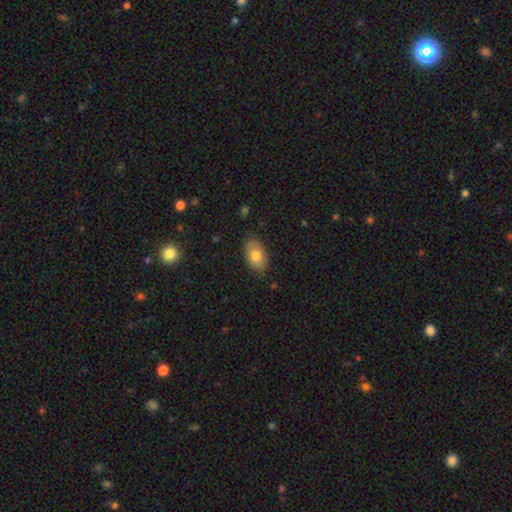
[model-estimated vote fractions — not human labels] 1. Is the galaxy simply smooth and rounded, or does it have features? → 75% smooth, 18% featured or disk, 7% star or artifact.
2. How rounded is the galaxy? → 91% in between, 7% round, 2% cigar-shaped.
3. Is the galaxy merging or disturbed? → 80% none, 16% minor disturbance, 3% major disturbance, 1% merger.